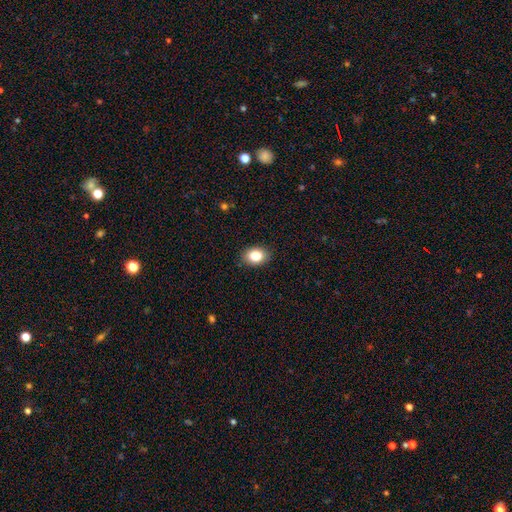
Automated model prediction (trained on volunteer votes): smooth-or-featured: smooth: 85% | star or artifact: 9% | featured or disk: 7%
  how-rounded: in between: 75% | round: 24% | cigar-shaped: 1%
  merging: none: 88% | minor disturbance: 9% | major disturbance: 2% | merger: 1%